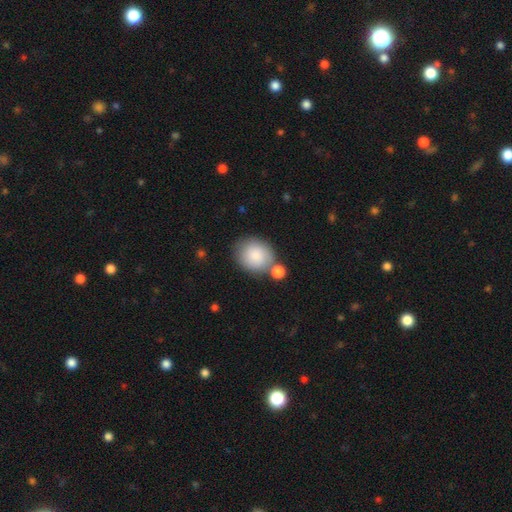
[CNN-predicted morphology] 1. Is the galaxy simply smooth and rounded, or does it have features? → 85% smooth, 8% featured or disk, 7% star or artifact.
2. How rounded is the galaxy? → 69% round, 30% in between, 1% cigar-shaped.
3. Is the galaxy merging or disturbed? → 61% none, 19% merger, 15% minor disturbance, 5% major disturbance.